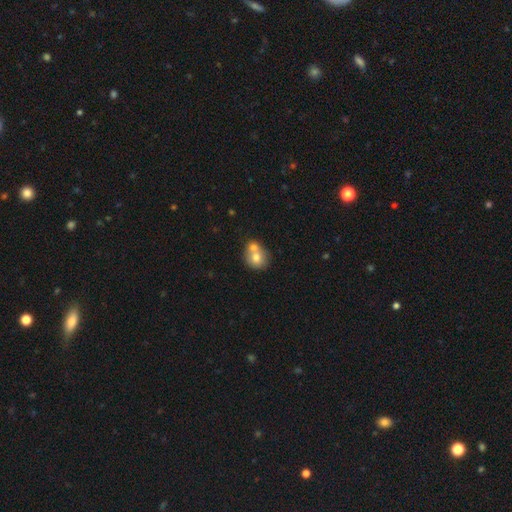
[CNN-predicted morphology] type=smooth (70%); roundness=round (72%); merging=merger (57%).